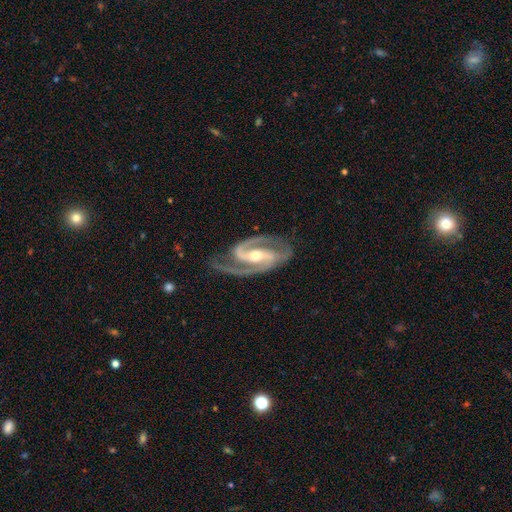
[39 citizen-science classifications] This appears to be a featured or disk galaxy (90%) with a weak bar (49%), 2 (94%) medium (71%) spiral arms (100%) and a moderate central bulge (60%). Merging: none (62%).